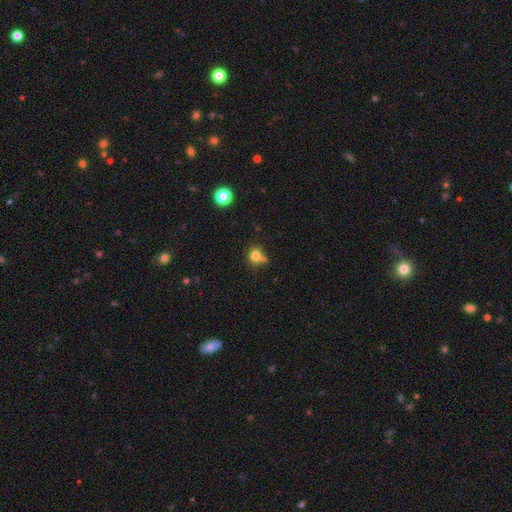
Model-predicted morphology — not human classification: Smooth or featured? smooth (77%)
How rounded? round (76%)
Merging? none (51%)